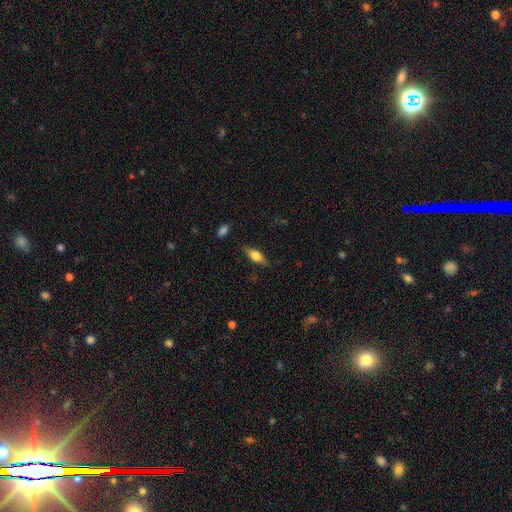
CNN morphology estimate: A smooth galaxy with no disk features (60%) that is in between round and cigar-shaped (68%). Merging: none (80%).